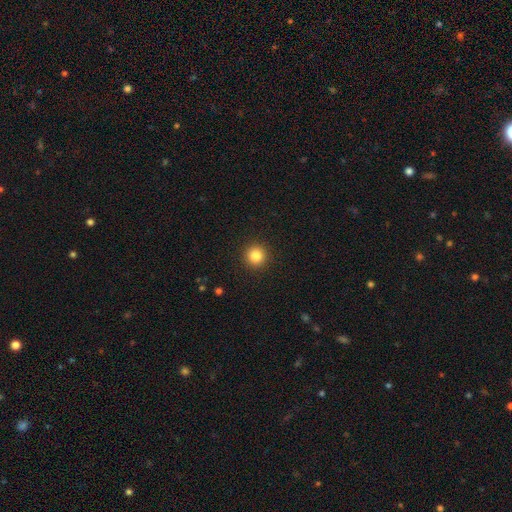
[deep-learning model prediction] Smooth or featured? Predicted: smooth (p=0.84). How rounded? Predicted: round (p=0.95). Merging? Predicted: none (p=0.93).